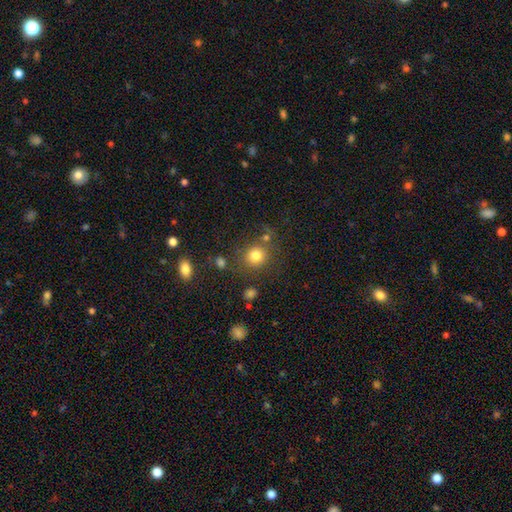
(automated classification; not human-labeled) The model was most divided on "merging": none: 76%, minor disturbance: 11%, merger: 8%, major disturbance: 5%. More confident: how rounded — round (87%); smooth or featured — smooth (80%).